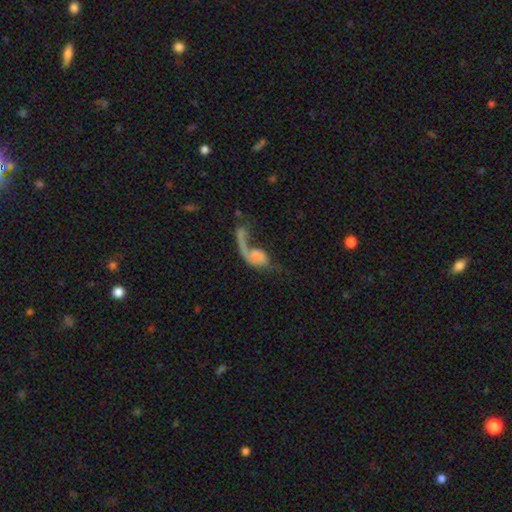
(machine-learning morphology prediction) Smooth or featured? featured or disk (49%)
Merging? major disturbance (42%)